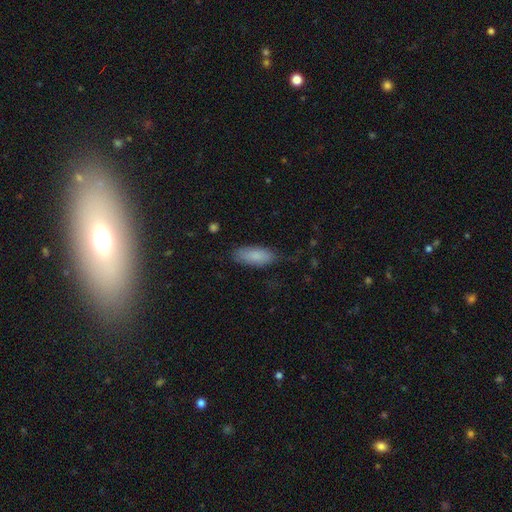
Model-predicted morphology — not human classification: Q: Smooth or featured?
A: smooth (84%); runner-up: featured or disk (10%)
Q: How rounded?
A: in between (81%); runner-up: cigar-shaped (17%)
Q: Merging?
A: none (73%); runner-up: minor disturbance (21%)